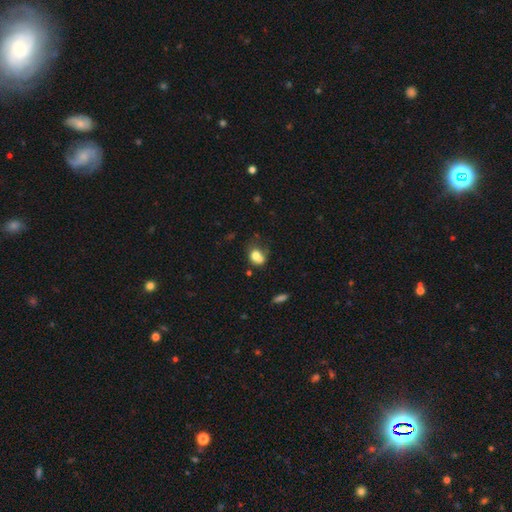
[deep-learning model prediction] Smooth or featured?
  - smooth: 73% *
  - featured or disk: 16%
  - star or artifact: 11%
How rounded?
  - in between: 51% *
  - round: 48%
  - cigar-shaped: 1%
Merging?
  - merger: 37% *
  - none: 33%
  - minor disturbance: 20%
  - major disturbance: 11%